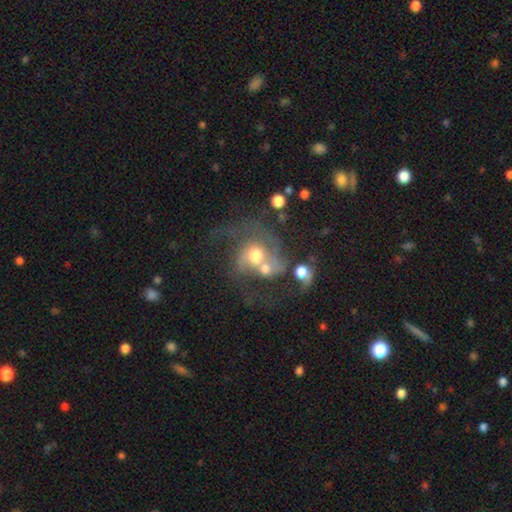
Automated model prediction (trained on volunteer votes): The model was most divided on "smooth or featured": featured or disk: 58%, smooth: 30%, star or artifact: 12%. More confident: edge-on disk — no (97%); bar — no (77%); spiral arms — yes (67%); bulge size — moderate (59%); merging — merger (56%).